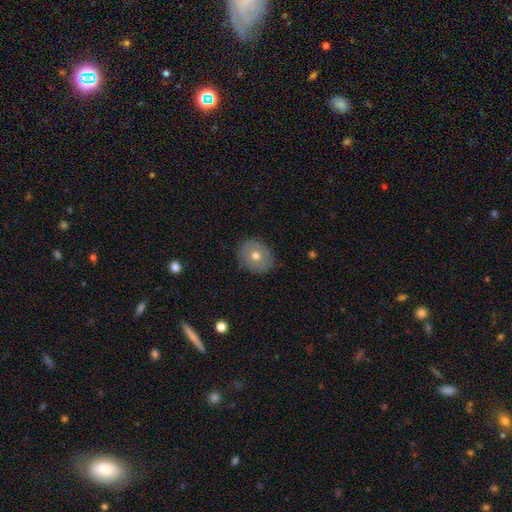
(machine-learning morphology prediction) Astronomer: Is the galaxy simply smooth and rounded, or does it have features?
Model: smooth — 61%.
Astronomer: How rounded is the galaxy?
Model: round — 63%.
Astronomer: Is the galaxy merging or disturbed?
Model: none — 86%.